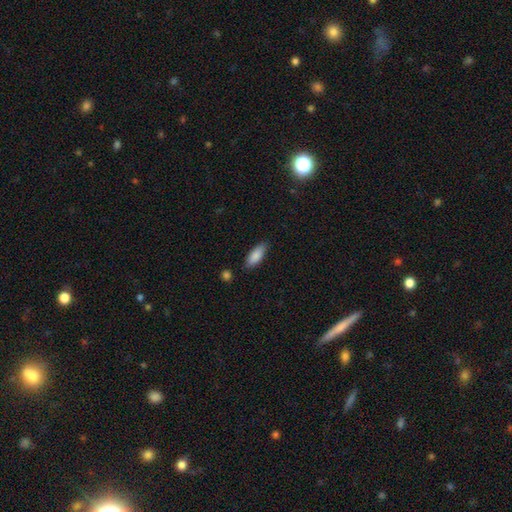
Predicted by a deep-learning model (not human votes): Q: Smooth or featured?
A: smooth (86%); runner-up: featured or disk (7%)
Q: How rounded?
A: in between (73%); runner-up: cigar-shaped (26%)
Q: Merging?
A: none (83%); runner-up: minor disturbance (12%)